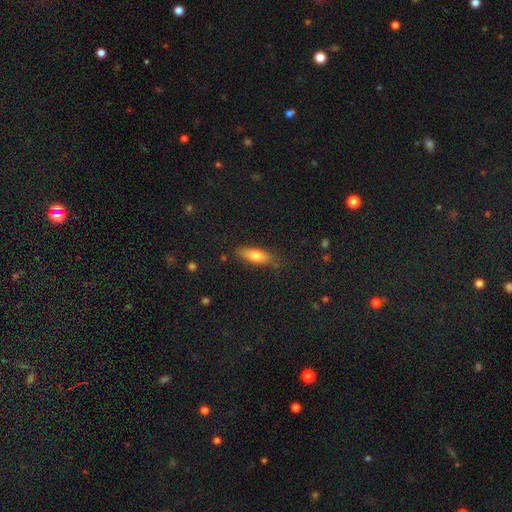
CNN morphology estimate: smooth 73%, featured or disk 20%, star or artifact 7%. Down the decision tree: how rounded — in between (59%); merging — none (80%).